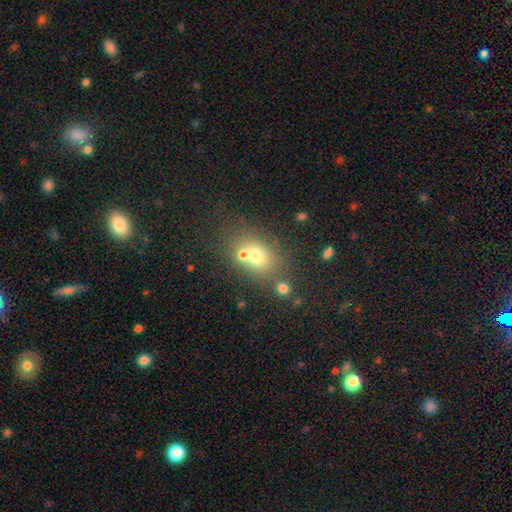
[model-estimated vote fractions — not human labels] smooth-or-featured: smooth: 67% | featured or disk: 19% | star or artifact: 14%
  how-rounded: in between: 56% | round: 43% | cigar-shaped: 1%
  merging: none: 47% | merger: 36% | minor disturbance: 11% | major disturbance: 5%